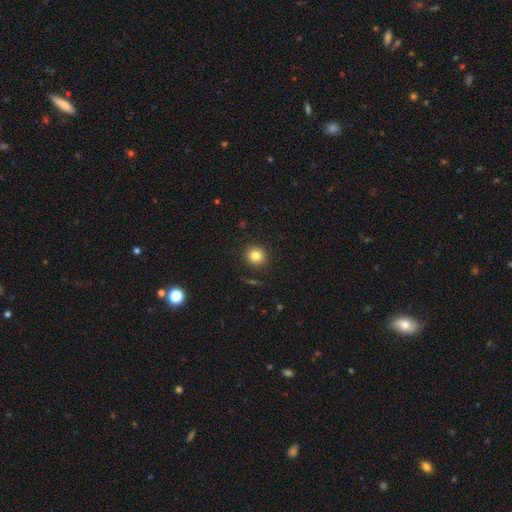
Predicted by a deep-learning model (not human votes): This appears to be a smooth galaxy with no disk features (82%) that is round (88%). Merging: none (90%).